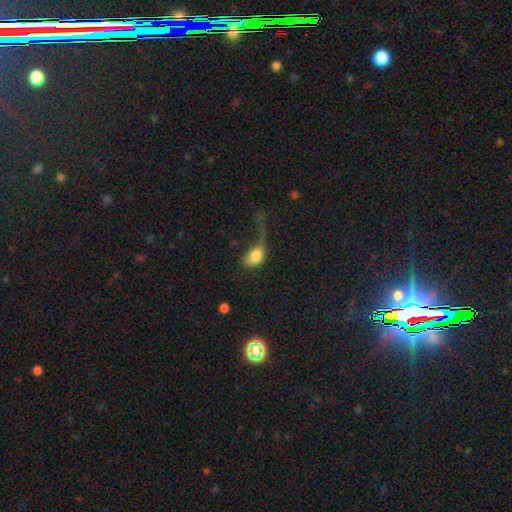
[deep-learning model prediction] A smooth galaxy with no disk features (74%) that is in between round and cigar-shaped (78%). Merging: major disturbance (60%).